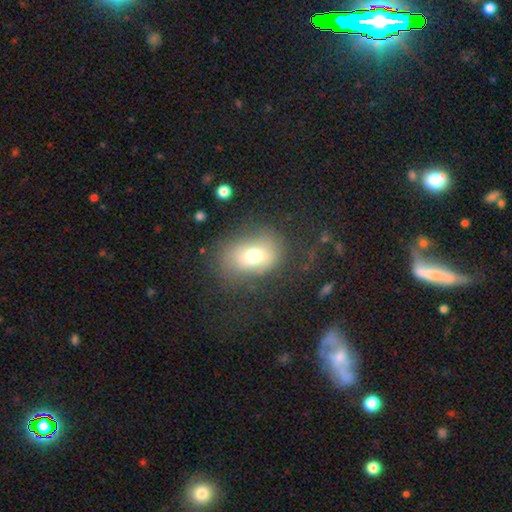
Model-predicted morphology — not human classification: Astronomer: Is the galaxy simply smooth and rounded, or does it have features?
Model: smooth — 68%.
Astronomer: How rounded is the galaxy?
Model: in between — 61% (runner-up: round, 38%).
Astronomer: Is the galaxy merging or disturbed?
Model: none — 61%.